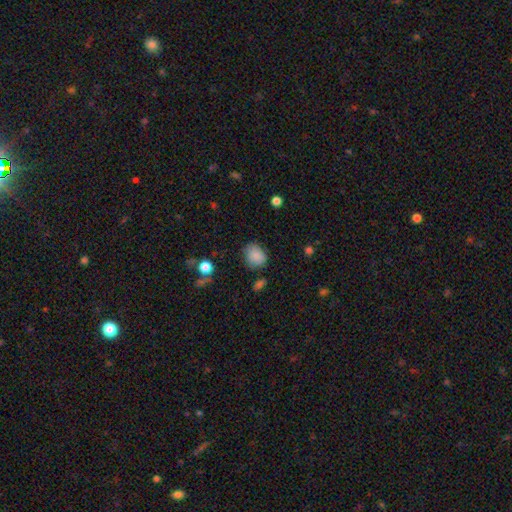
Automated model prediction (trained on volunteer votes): This is clearly a smooth galaxy (85%). How rounded: possibly round (50%). Merging: likely none (68%).